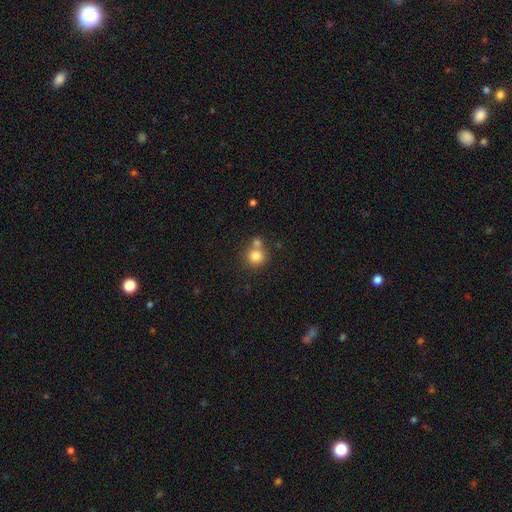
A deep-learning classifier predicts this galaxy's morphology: smooth 81%, star or artifact 11%, featured or disk 8%. Down the decision tree: how rounded — round (89%); merging — none (54%).